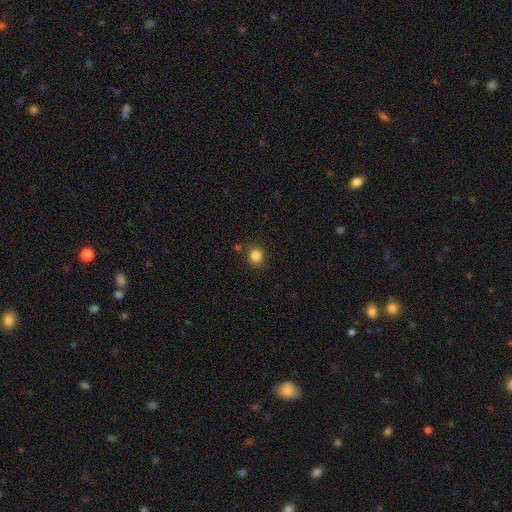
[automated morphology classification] This is clearly a smooth galaxy (85%). How rounded: clearly round (89%). Merging: clearly none (85%).